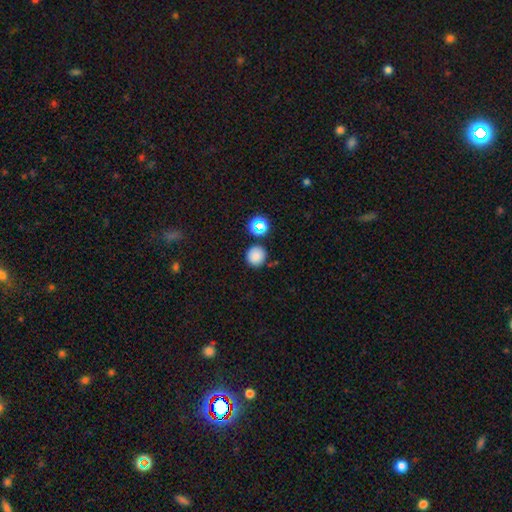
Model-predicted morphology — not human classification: smooth_or_featured: smooth (p=0.81) [alt: star or artifact p=0.14]
how_rounded: round (p=0.92) [alt: in between p=0.07]
merging: none (p=0.82) [alt: minor disturbance p=0.09]